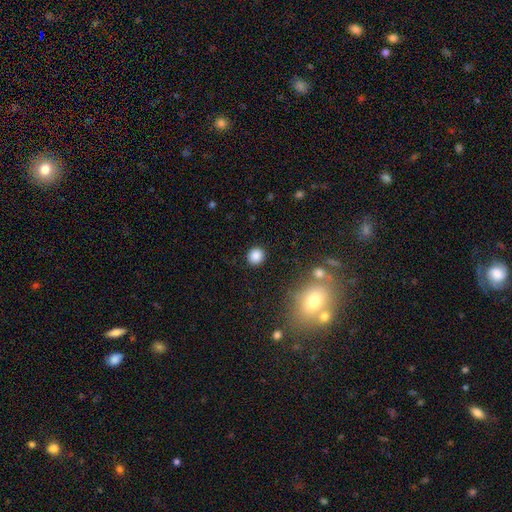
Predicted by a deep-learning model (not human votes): smooth-or-featured: smooth: 85% | star or artifact: 11% | featured or disk: 4%
  how-rounded: round: 86% | in between: 13% | cigar-shaped: 1%
  merging: none: 89% | minor disturbance: 6% | major disturbance: 2% | merger: 2%